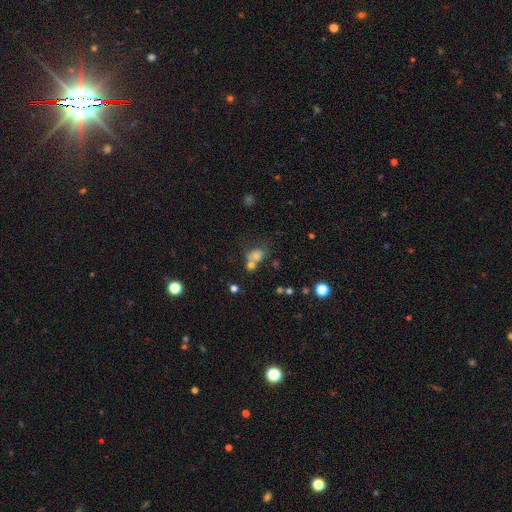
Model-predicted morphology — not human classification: Smooth or featured? Predicted: smooth (p=0.65). How rounded? Predicted: round (p=0.54). Merging? Predicted: merger (p=0.44).